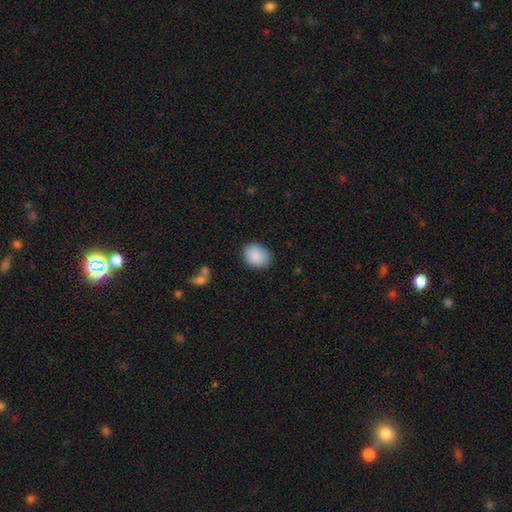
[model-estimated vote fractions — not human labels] This is clearly a smooth galaxy (89%). How rounded: likely in between (61%). Merging: clearly none (81%).